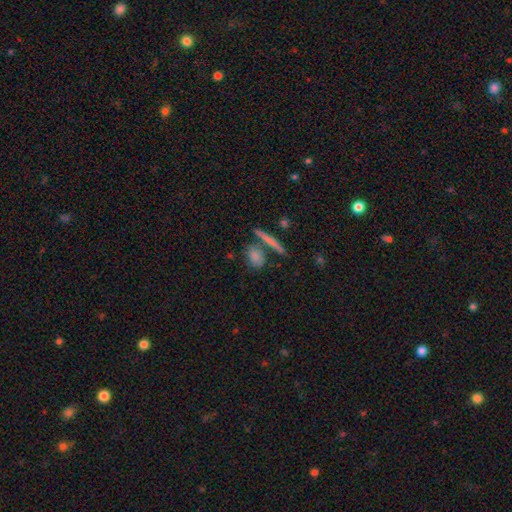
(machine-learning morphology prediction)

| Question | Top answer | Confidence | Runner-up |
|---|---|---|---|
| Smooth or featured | smooth | 74% | featured or disk (17%) |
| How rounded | in between | 51% | round (26%) |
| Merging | none | 62% | merger (20%) |